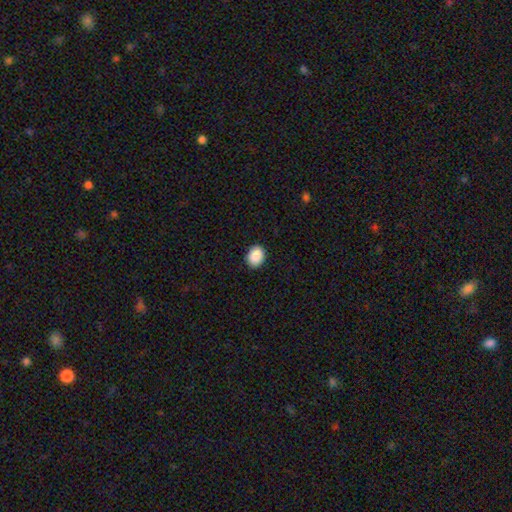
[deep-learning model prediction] Q: Smooth or featured?
A: smooth (90%); runner-up: star or artifact (7%)
Q: How rounded?
A: in between (60%); runner-up: round (39%)
Q: Merging?
A: none (89%); runner-up: minor disturbance (8%)